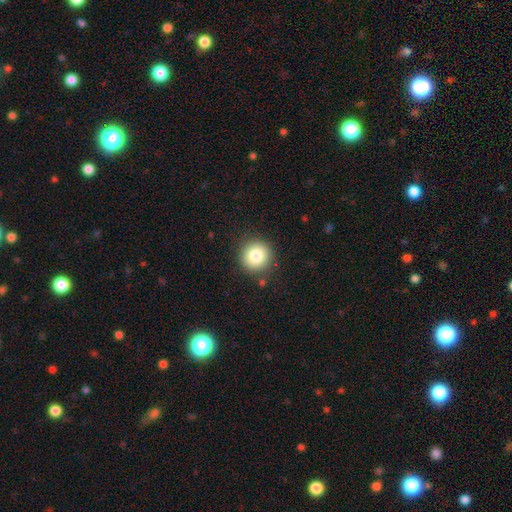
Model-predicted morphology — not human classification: smooth-or-featured: smooth: 83% | star or artifact: 10% | featured or disk: 7%
  how-rounded: round: 94% | in between: 5% | cigar-shaped: 1%
  merging: none: 88% | minor disturbance: 7% | major disturbance: 2% | merger: 2%